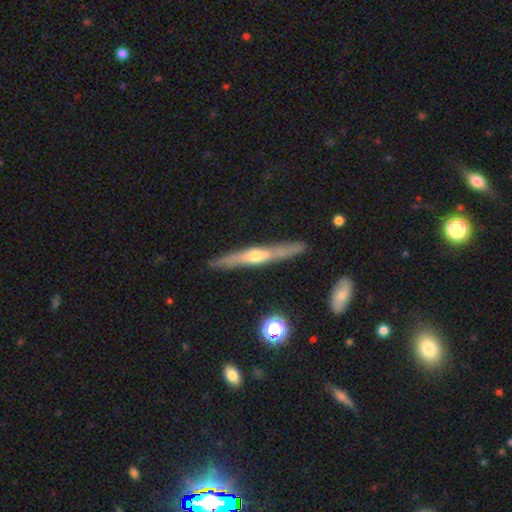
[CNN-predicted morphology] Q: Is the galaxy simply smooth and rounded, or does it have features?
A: featured or disk — 70%.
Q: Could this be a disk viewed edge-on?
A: yes — 95%.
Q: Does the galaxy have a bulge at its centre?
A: rounded — 82%.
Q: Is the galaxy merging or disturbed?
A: none — 86%.